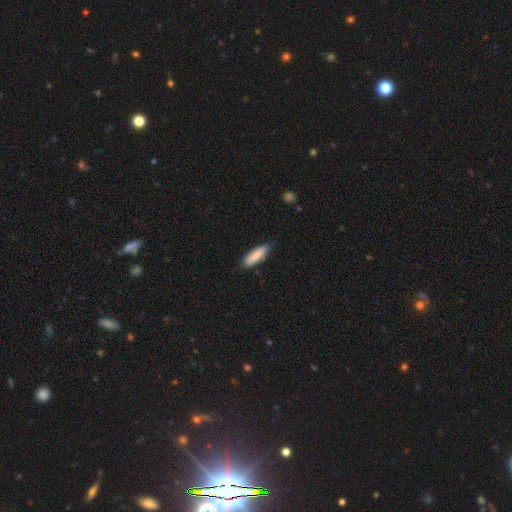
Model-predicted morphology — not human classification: This appears to be a smooth galaxy with no disk features (83%) that is cigar-shaped (54%). Merging: none (79%).